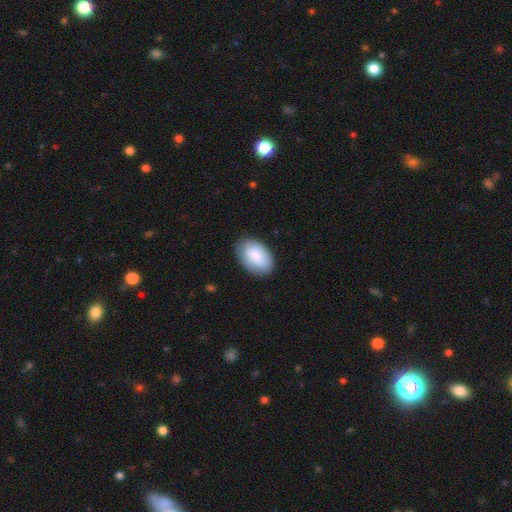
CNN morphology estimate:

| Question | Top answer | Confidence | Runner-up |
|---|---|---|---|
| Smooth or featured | smooth | 85% | featured or disk (10%) |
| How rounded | in between | 92% | round (7%) |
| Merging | none | 81% | minor disturbance (14%) |